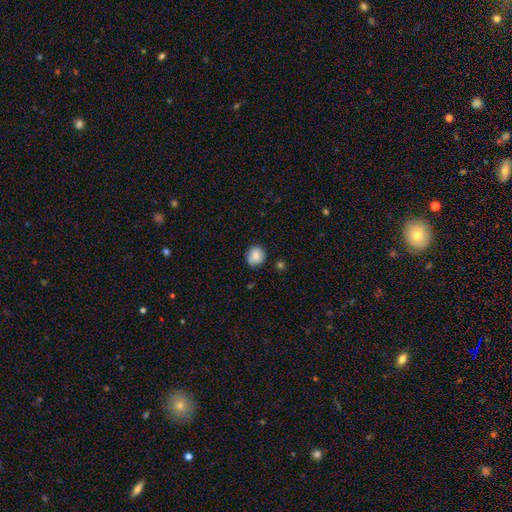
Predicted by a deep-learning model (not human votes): This is likely a smooth galaxy (79%). How rounded: clearly round (82%). Merging: likely none (71%).